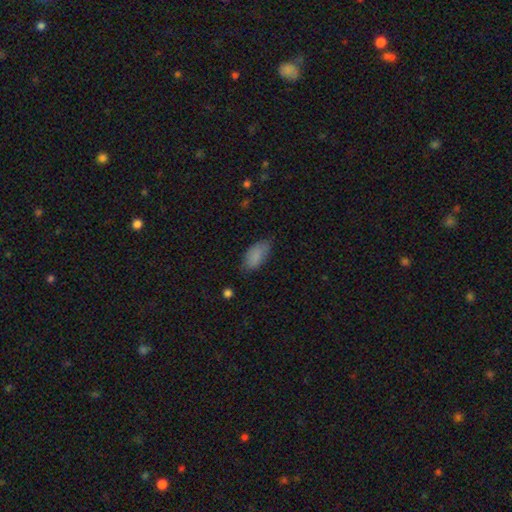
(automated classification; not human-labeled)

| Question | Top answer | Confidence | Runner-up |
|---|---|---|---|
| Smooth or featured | smooth | 85% | star or artifact (8%) |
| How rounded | in between | 93% | cigar-shaped (4%) |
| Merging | none | 69% | minor disturbance (24%) |